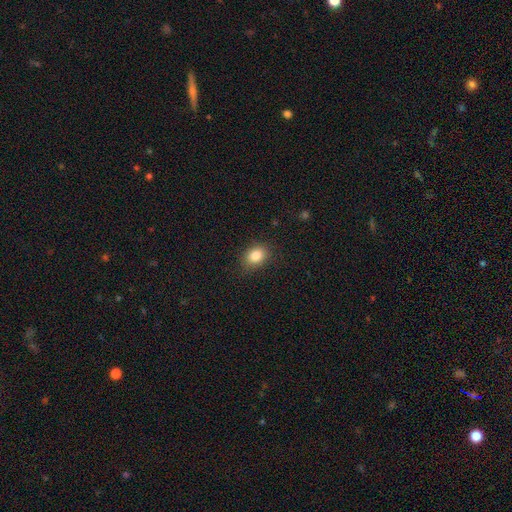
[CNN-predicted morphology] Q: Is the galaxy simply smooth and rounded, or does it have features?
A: smooth — 84%.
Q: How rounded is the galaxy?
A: in between — 62%.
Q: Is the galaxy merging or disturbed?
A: none — 83%.